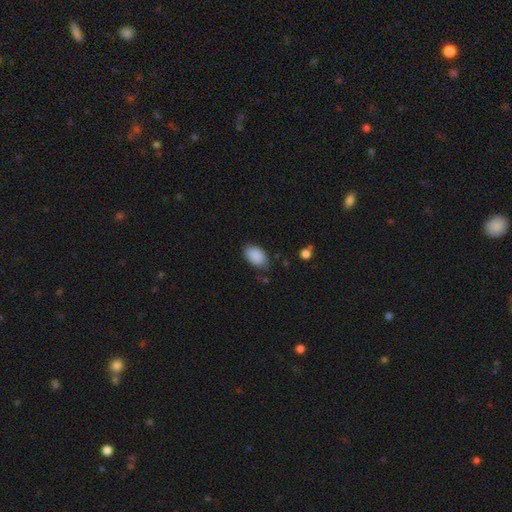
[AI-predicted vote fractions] A smooth galaxy with no disk features (89%) that is in between round and cigar-shaped (93%). Merging: none (77%).